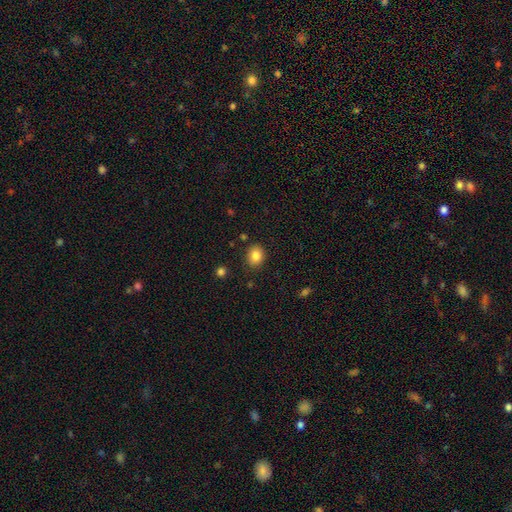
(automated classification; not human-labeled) smooth 85%, star or artifact 10%, featured or disk 5%. Down the decision tree: how rounded — round (59%); merging — none (84%).